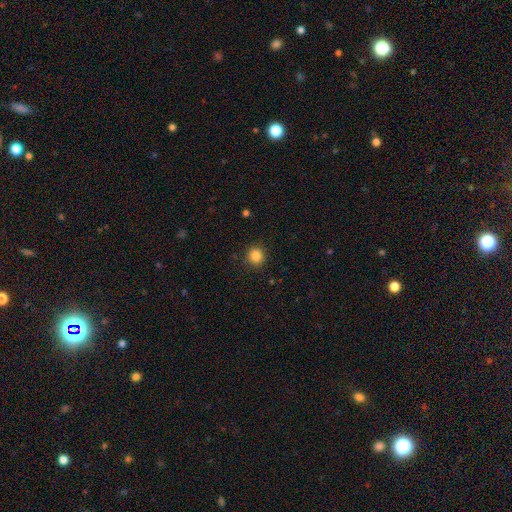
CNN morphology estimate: The model was most divided on "smooth or featured": smooth: 85%, star or artifact: 11%, featured or disk: 4%. More confident: how rounded — round (93%); merging — none (90%).